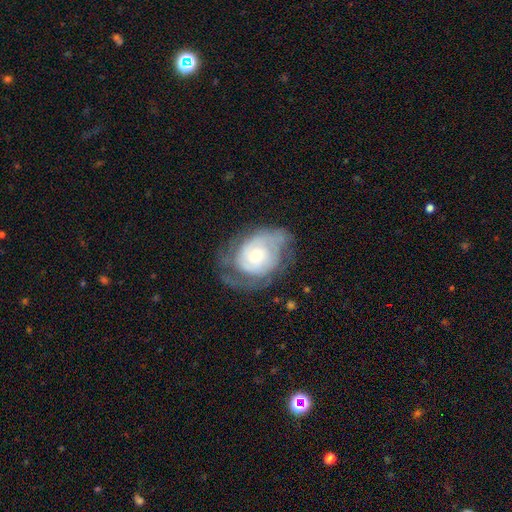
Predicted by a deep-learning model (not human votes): featured or disk 79%, smooth 16%, star or artifact 6%. Down the decision tree: edge-on disk — no (97%); bar — no (74%); spiral arms — yes (89%); spiral arm count — 2 (41%); spiral winding — tight (57%); bulge size — moderate (49%); merging — none (59%).